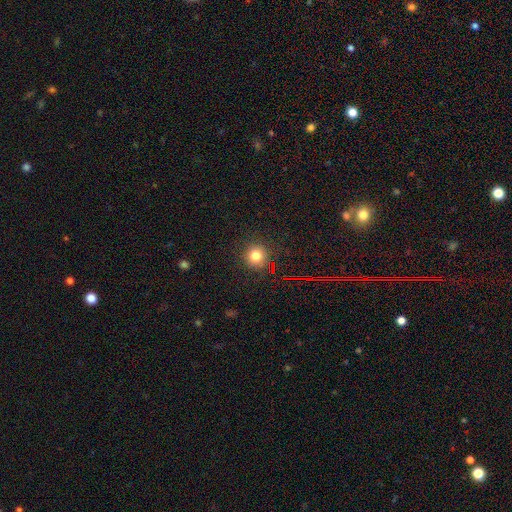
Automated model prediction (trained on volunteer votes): Smooth or featured? smooth (76%)
How rounded? round (94%)
Merging? none (88%)